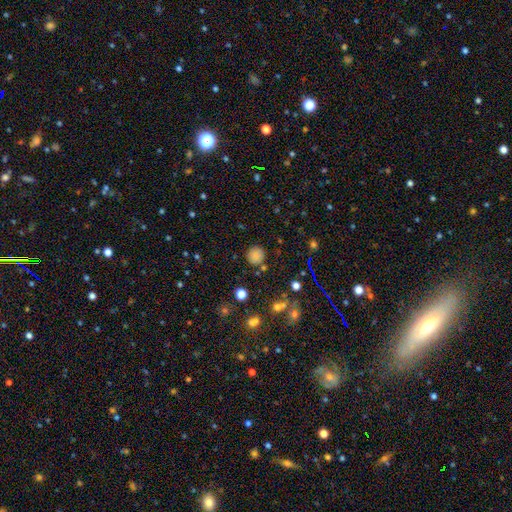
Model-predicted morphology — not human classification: Smooth or featured?
  - smooth: 80% *
  - star or artifact: 14%
  - featured or disk: 6%
How rounded?
  - round: 91% *
  - in between: 8%
  - cigar-shaped: 1%
Merging?
  - none: 84% *
  - minor disturbance: 10%
  - merger: 3%
  - major disturbance: 3%